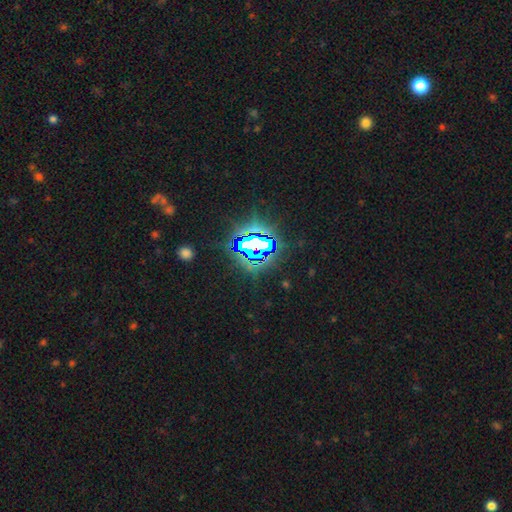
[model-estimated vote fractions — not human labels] smooth-or-featured: star or artifact: 78% | smooth: 11% | featured or disk: 10%